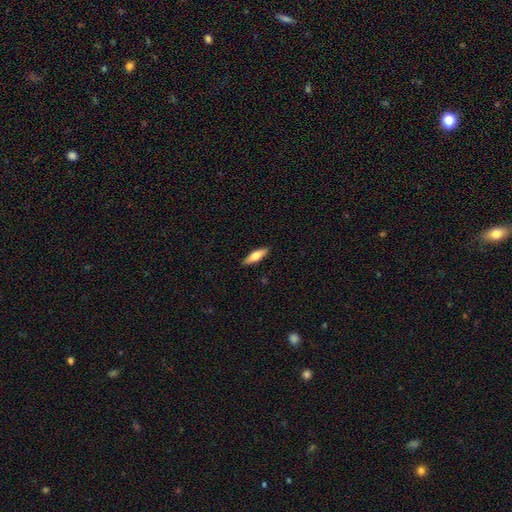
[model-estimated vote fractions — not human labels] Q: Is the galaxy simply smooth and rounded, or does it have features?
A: smooth — 66%.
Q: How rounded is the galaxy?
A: cigar-shaped — 53%.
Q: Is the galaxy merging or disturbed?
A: none — 89%.